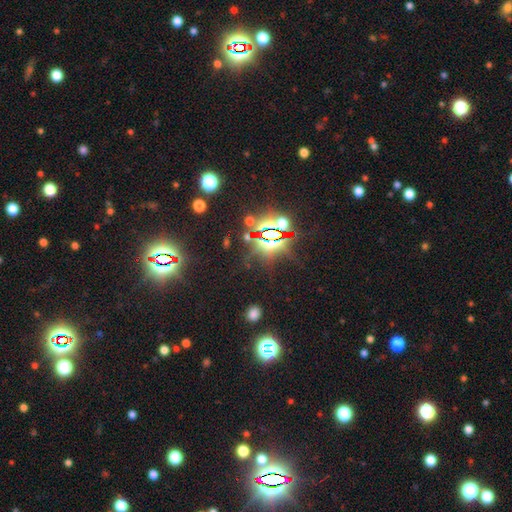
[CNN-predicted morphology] The model was most divided on "smooth or featured": star or artifact: 83%, smooth: 10%, featured or disk: 7%.